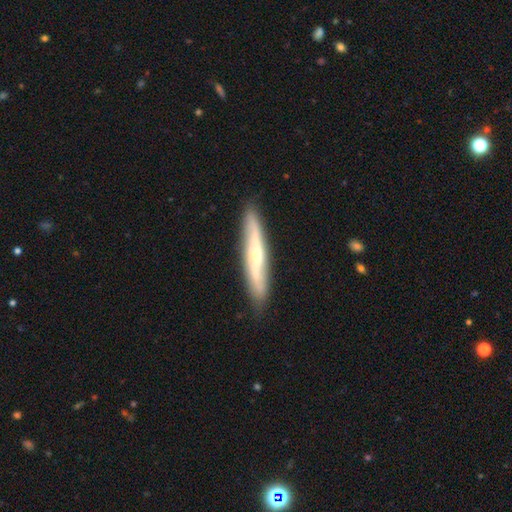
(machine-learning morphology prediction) type=featured or disk (60%); edge-on=yes (69%); merging=none (86%).